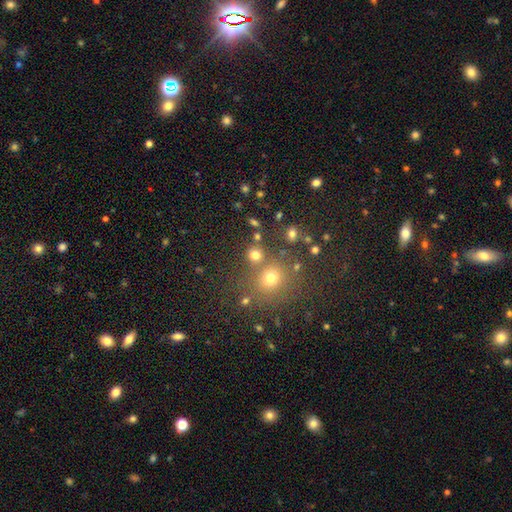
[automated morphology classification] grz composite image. It shows a smooth galaxy with no disk features (64%) that is round (85%). Merging: none (73%).